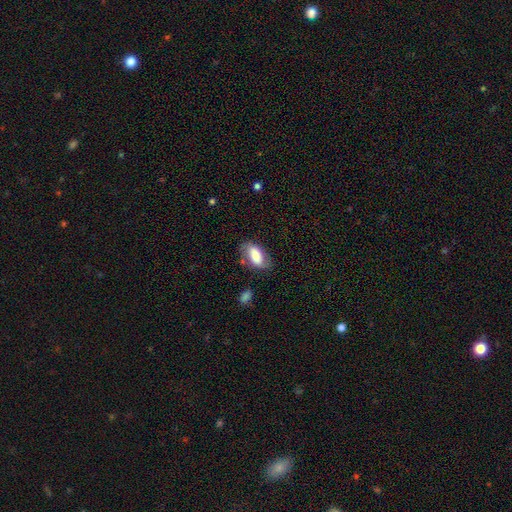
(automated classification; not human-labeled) The model was most divided on "smooth or featured": smooth: 64%, featured or disk: 28%, star or artifact: 7%. More confident: how rounded — in between (92%); merging — none (66%).